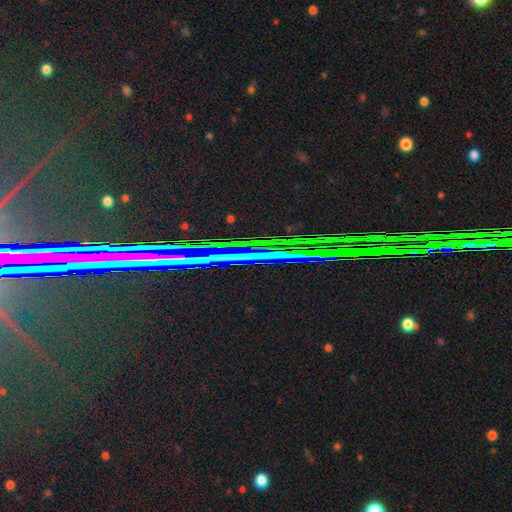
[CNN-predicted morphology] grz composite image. It shows a star or artifact, not a galaxy (83%).